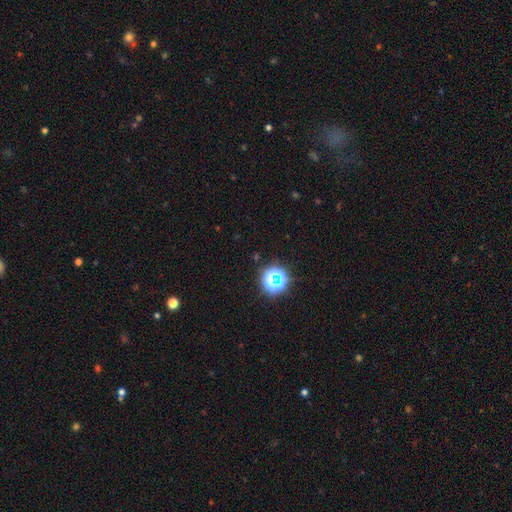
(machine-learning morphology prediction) Smooth or featured: star or artifact — 72% (smooth — 21%)